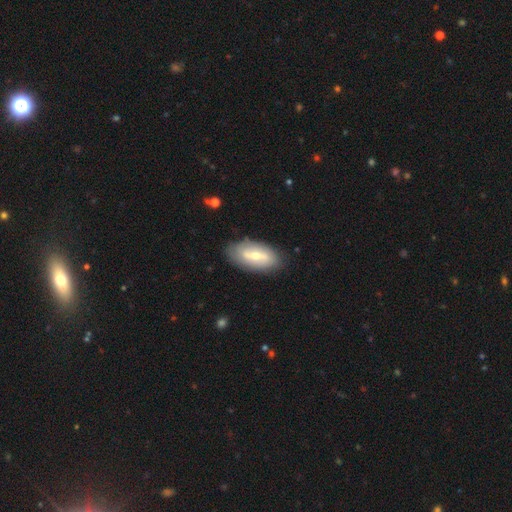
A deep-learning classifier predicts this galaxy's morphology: Smooth or featured? featured or disk (57%)
Edge-on disk? no (90%)
Bar? weak (45%)
Spiral arms? yes (58%)
Bulge size? moderate (58%)
Merging? none (82%)